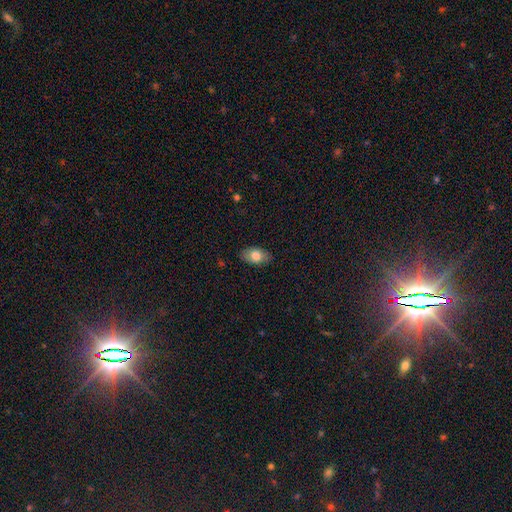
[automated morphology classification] Overall: smooth (78%). How rounded: in between (91%). Merging: none (84%).